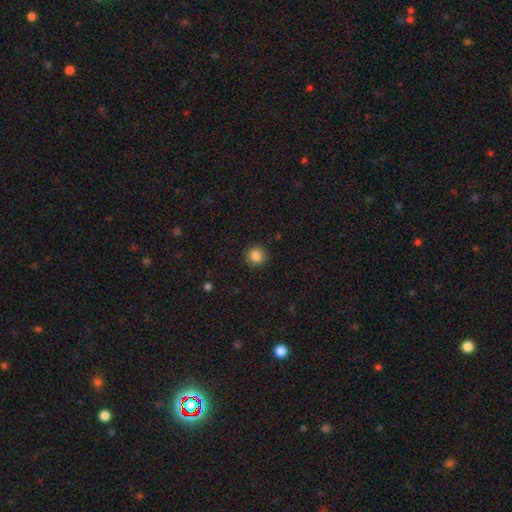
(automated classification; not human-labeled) smooth_or_featured: smooth (p=0.85) [alt: star or artifact p=0.11]
how_rounded: round (p=0.93) [alt: in between p=0.06]
merging: none (p=0.91) [alt: minor disturbance p=0.06]